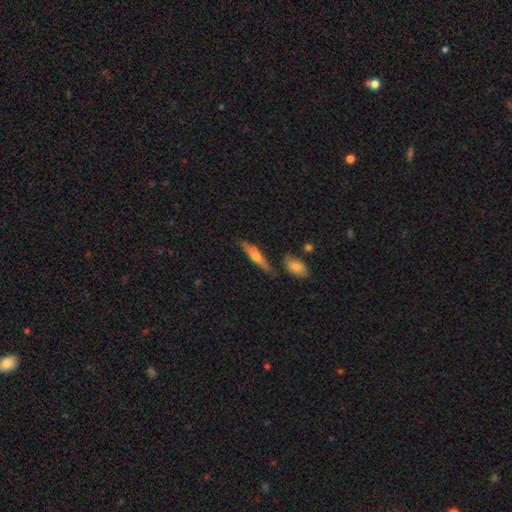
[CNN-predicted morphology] Overall: smooth (50%; featured or disk 43%). How rounded: cigar-shaped (77%). Merging: none (71%).